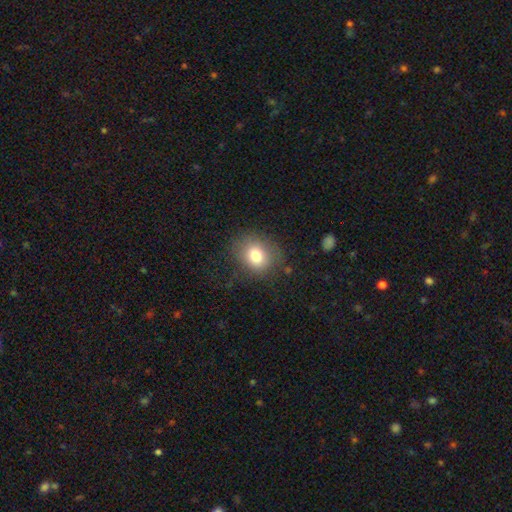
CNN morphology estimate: Smooth or featured? smooth (78%)
How rounded? round (60%)
Merging? none (78%)